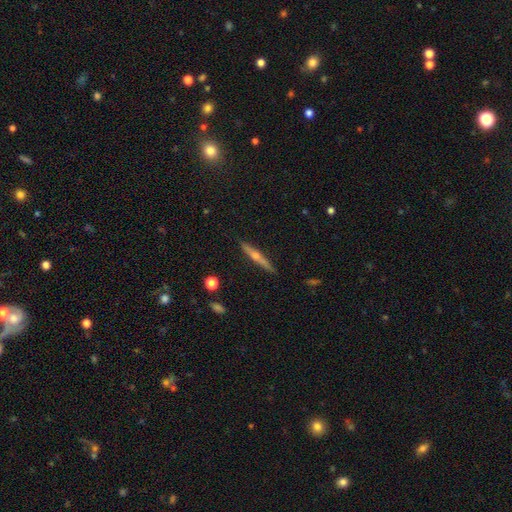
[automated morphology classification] Smooth or featured?
  - featured or disk: 59% *
  - smooth: 34%
  - star or artifact: 7%
Edge-on disk?
  - yes: 97% *
  - no: 3%
Edge-on bulge?
  - rounded: 80% *
  - none: 15%
  - boxy: 5%
Merging?
  - none: 89% *
  - minor disturbance: 8%
  - major disturbance: 2%
  - merger: 1%